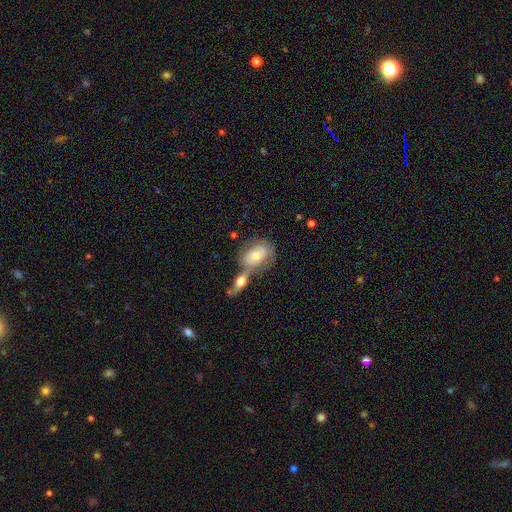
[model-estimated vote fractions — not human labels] A smooth galaxy with no disk features (49%). Merging: merger (48%).